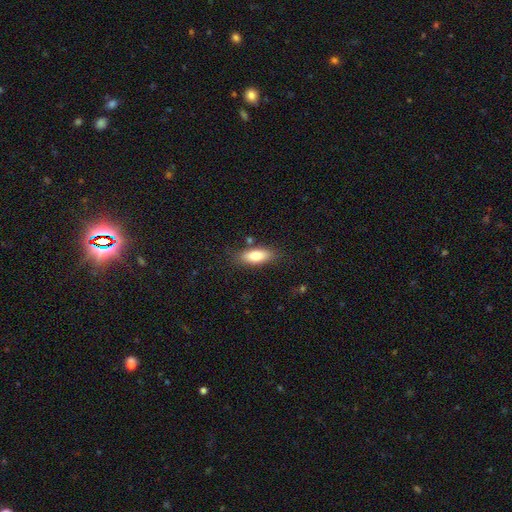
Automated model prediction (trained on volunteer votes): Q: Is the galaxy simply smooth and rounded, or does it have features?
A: smooth — 80%.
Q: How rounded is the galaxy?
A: in between — 77%.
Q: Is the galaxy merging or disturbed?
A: none — 80%.